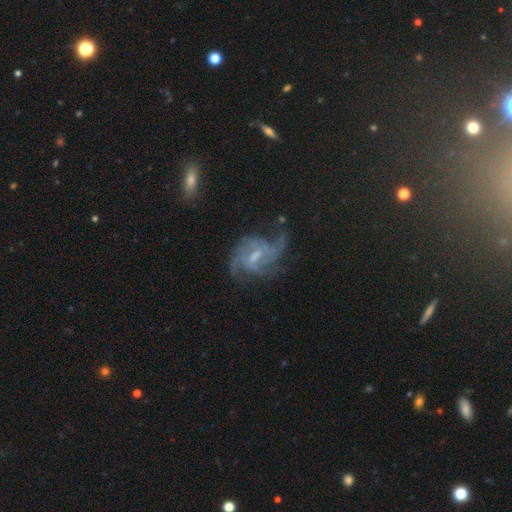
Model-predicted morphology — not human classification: Smooth or featured? featured or disk (81%)
Edge-on disk? no (97%)
Bar? weak (56%)
Spiral arms? yes (92%)
Spiral winding? medium (47%)
Spiral arm count? 3 (30%)
Bulge size? small (48%)
Merging? none (50%)